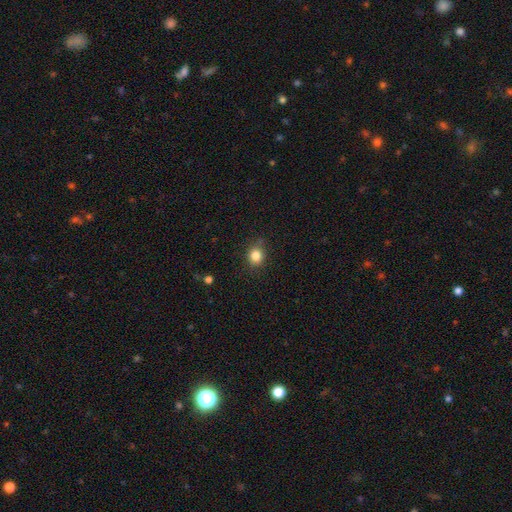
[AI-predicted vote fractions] Q: Smooth or featured?
A: smooth (83%); runner-up: star or artifact (11%)
Q: How rounded?
A: round (75%); runner-up: in between (24%)
Q: Merging?
A: none (81%); runner-up: minor disturbance (14%)